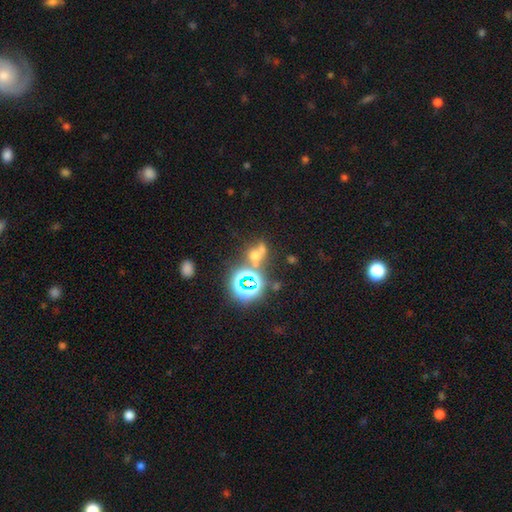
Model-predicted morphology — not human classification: Overall: star or artifact (45%; smooth 40%).